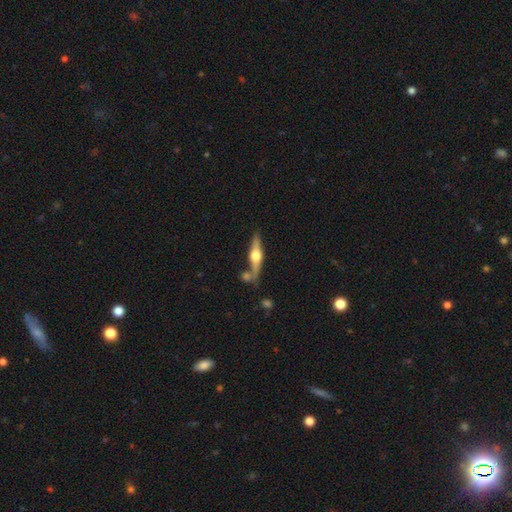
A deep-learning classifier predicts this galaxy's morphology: The model was most divided on "smooth or featured": featured or disk: 73%, smooth: 22%, star or artifact: 5%. More confident: edge-on disk — yes (96%); edge-on bulge — rounded (95%); merging — none (69%).